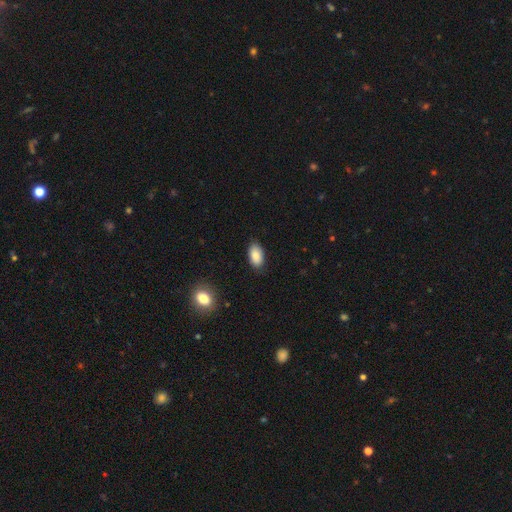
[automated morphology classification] Smooth or featured? smooth (87%)
How rounded? in between (94%)
Merging? none (85%)